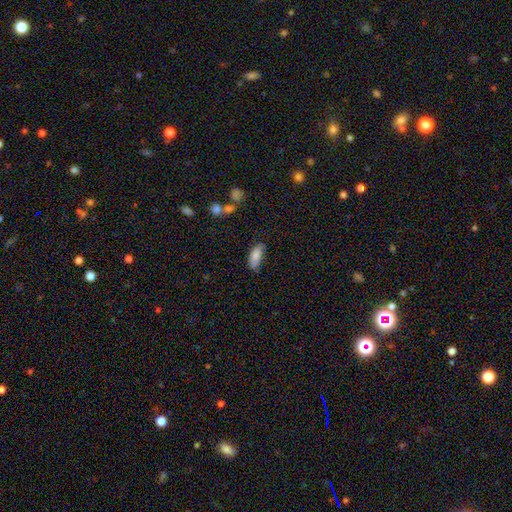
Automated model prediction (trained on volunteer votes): smooth-or-featured: smooth: 83% | featured or disk: 10% | star or artifact: 7%
  how-rounded: in between: 81% | cigar-shaped: 17% | round: 2%
  merging: none: 55% | minor disturbance: 32% | major disturbance: 8% | merger: 4%